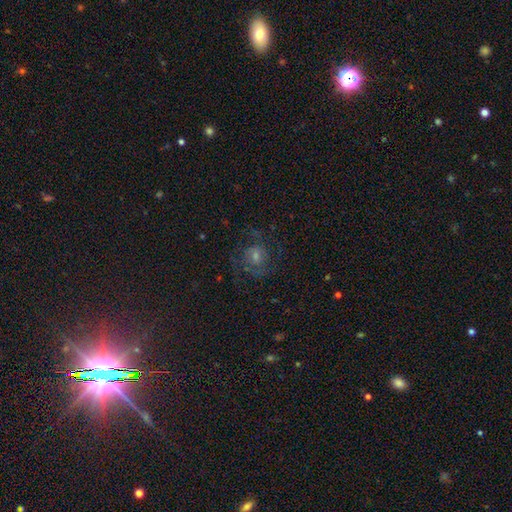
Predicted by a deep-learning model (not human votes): Q: Smooth or featured?
A: featured or disk (52%); runner-up: star or artifact (24%)
Q: Edge-on disk?
A: no (97%); runner-up: yes (3%)
Q: Bar?
A: no (65%); runner-up: weak (29%)
Q: Spiral arms?
A: yes (82%); runner-up: no (18%)
Q: Bulge size?
A: moderate (45%); runner-up: small (38%)
Q: Merging?
A: none (69%); runner-up: minor disturbance (15%)